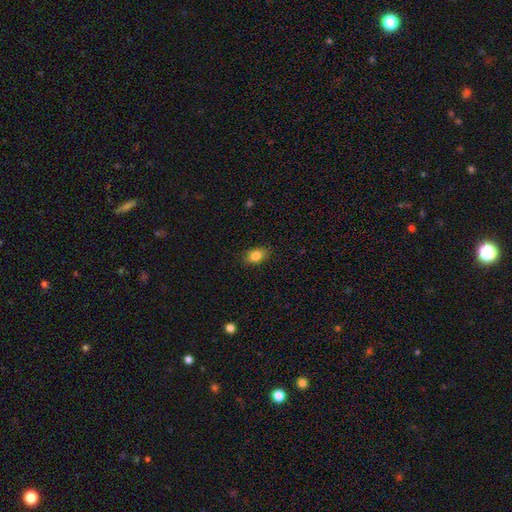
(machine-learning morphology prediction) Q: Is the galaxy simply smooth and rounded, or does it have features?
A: smooth — 84%.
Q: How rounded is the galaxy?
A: in between — 81%.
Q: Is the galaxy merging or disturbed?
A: none — 86%.